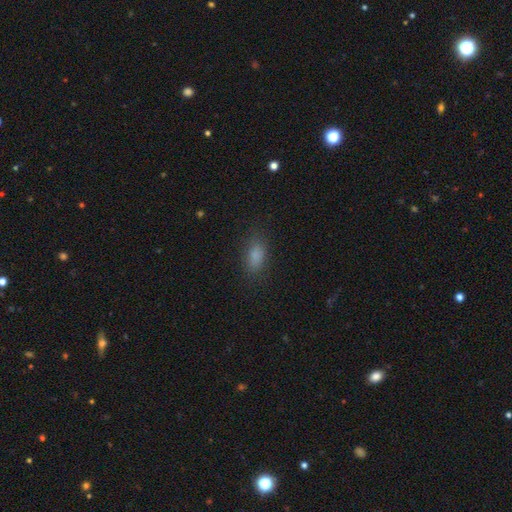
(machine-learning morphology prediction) smooth_or_featured: smooth (p=0.82) [alt: star or artifact p=0.11]
how_rounded: in between (p=0.85) [alt: cigar-shaped p=0.09]
merging: none (p=0.81) [alt: minor disturbance p=0.13]